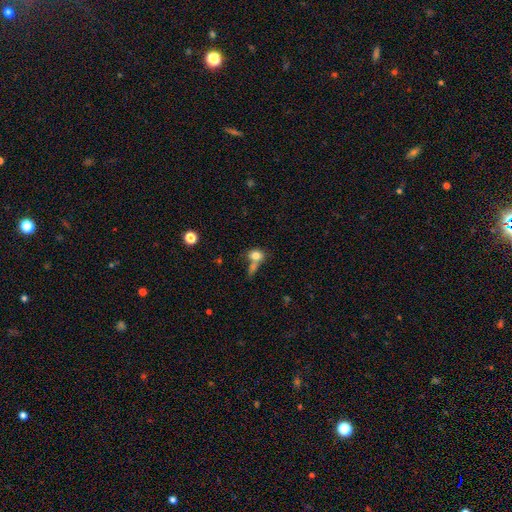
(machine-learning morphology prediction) Overall: smooth (78%). How rounded: in between (52%; round 45%). Merging: merger (46%; none 34%).